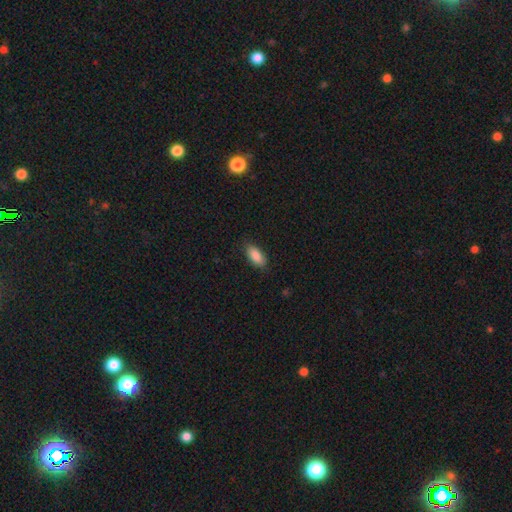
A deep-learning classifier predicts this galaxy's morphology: This appears to be a smooth galaxy with no disk features (89%) that is in between round and cigar-shaped (88%). Merging: none (84%).